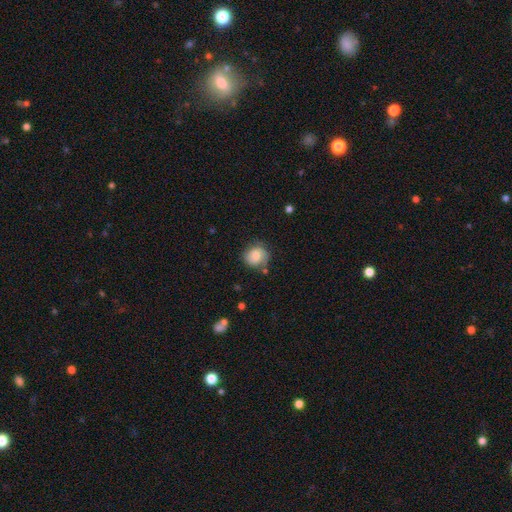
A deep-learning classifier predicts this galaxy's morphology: Q: Smooth or featured?
A: smooth (72%); runner-up: featured or disk (20%)
Q: How rounded?
A: round (82%); runner-up: in between (17%)
Q: Merging?
A: none (69%); runner-up: minor disturbance (21%)